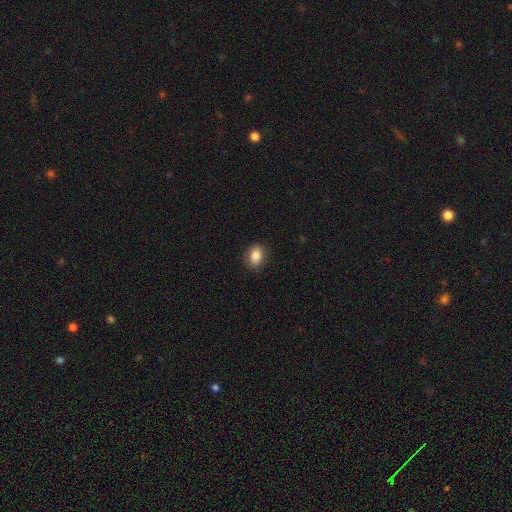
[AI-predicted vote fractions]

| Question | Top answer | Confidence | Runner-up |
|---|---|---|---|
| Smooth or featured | smooth | 85% | star or artifact (9%) |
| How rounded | in between | 67% | round (32%) |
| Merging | none | 88% | minor disturbance (9%) |